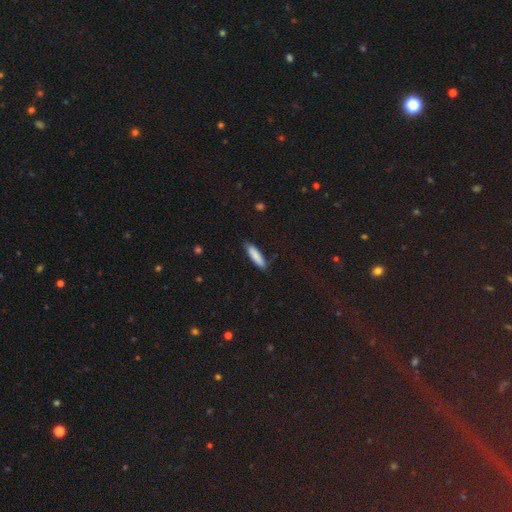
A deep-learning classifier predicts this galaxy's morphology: smooth-or-featured: smooth: 85% | featured or disk: 9% | star or artifact: 6%
  how-rounded: cigar-shaped: 75% | in between: 24% | round: 1%
  merging: none: 85% | minor disturbance: 12% | major disturbance: 2% | merger: 1%